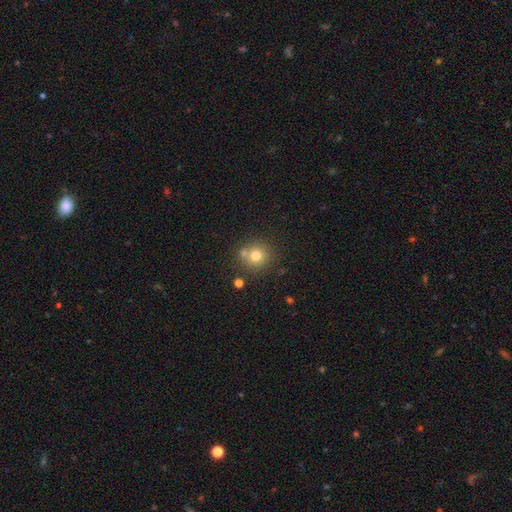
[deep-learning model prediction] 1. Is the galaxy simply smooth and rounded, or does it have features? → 75% smooth, 14% star or artifact, 11% featured or disk.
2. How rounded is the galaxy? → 90% round, 9% in between, 1% cigar-shaped.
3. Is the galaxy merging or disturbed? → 69% none, 19% merger, 9% minor disturbance, 3% major disturbance.